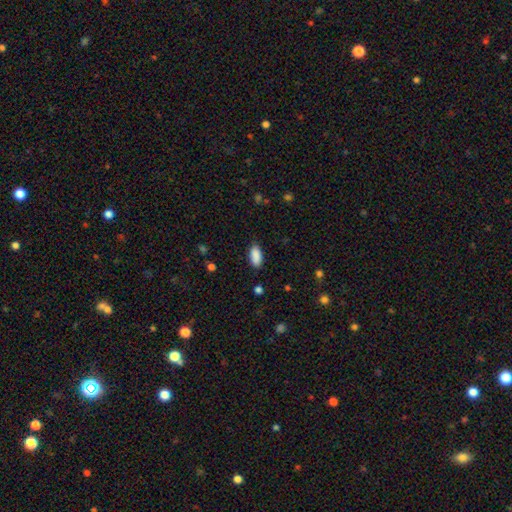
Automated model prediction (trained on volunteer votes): This is clearly a smooth galaxy (89%). How rounded: clearly in between (90%). Merging: clearly none (85%).